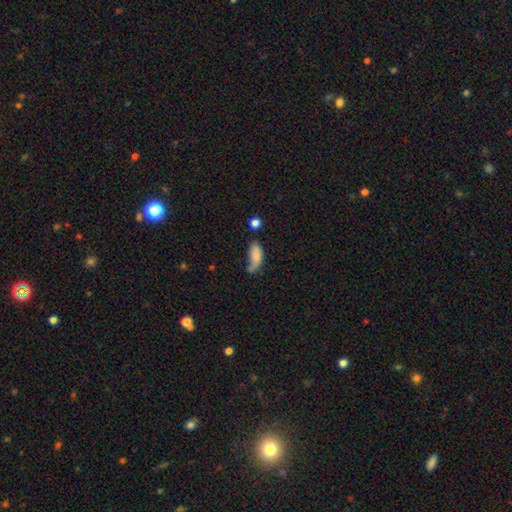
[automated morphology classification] smooth-or-featured: smooth: 74% | featured or disk: 18% | star or artifact: 8%
  how-rounded: in between: 84% | cigar-shaped: 13% | round: 3%
  merging: none: 34% | minor disturbance: 33% | major disturbance: 25% | merger: 9%